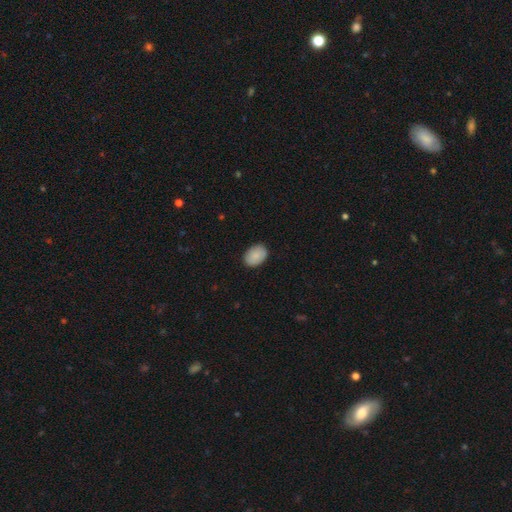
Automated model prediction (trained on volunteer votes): A smooth galaxy with no disk features (89%) that is in between round and cigar-shaped (79%).

Vote fractions:
- Smooth or featured? smooth: 89% / star or artifact: 6% / featured or disk: 5%
- How rounded? in between: 79% / round: 20% / cigar-shaped: 1%
- Merging? none: 87% / minor disturbance: 10% / major disturbance: 2% / merger: 1%